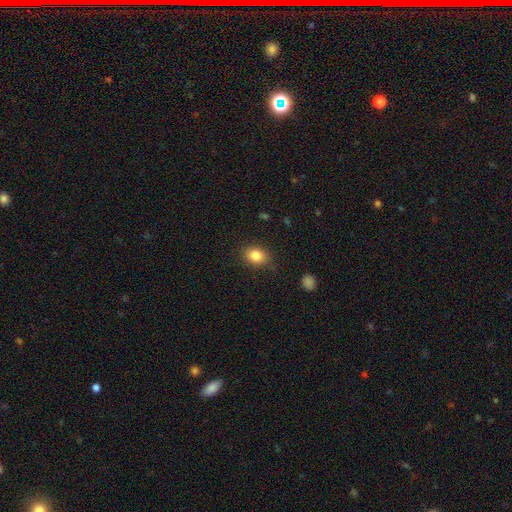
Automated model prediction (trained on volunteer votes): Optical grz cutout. It shows a smooth galaxy with no disk features (83%) that is in between round and cigar-shaped (58%). Merging: none (82%).